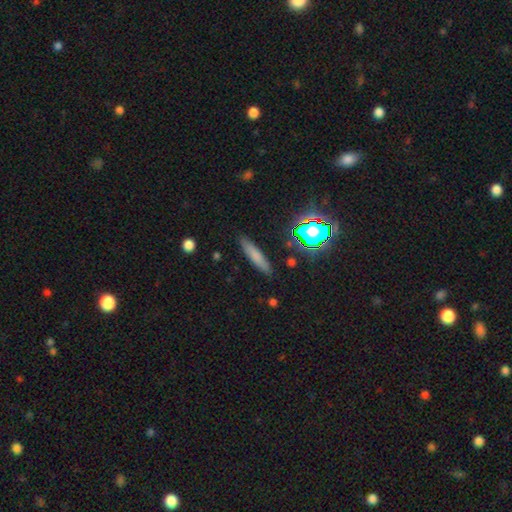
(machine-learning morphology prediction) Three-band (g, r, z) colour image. It shows a smooth galaxy with no disk features (70%) that is cigar-shaped (84%). Merging: none (86%).